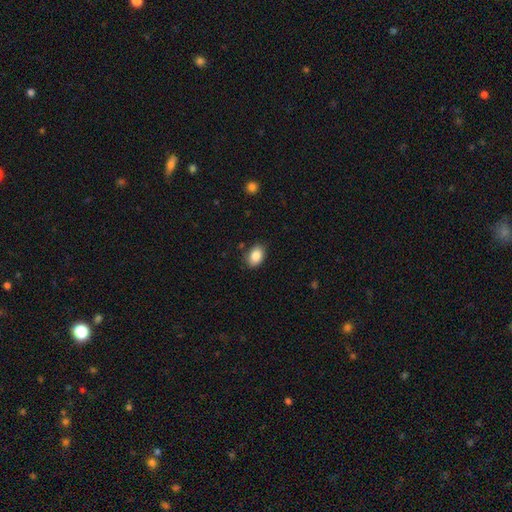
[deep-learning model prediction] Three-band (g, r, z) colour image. It shows a smooth galaxy with no disk features (86%) that is in between round and cigar-shaped (81%). Merging: none (81%).